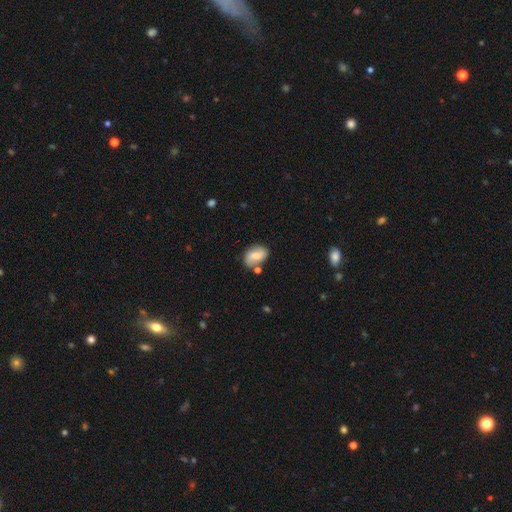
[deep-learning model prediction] Overall: smooth (54%; featured or disk 37%). How rounded: in between (79%). Merging: none (63%).